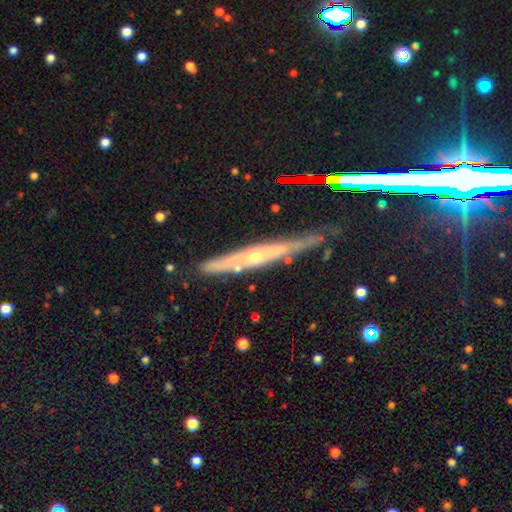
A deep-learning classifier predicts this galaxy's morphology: smooth-or-featured: featured or disk: 71% | smooth: 18% | star or artifact: 11%
  disk-edge-on: yes: 82% | no: 18%
    edge-on-bulge: rounded: 62% | none: 34% | boxy: 4%
  merging: none: 70% | minor disturbance: 22% | major disturbance: 5% | merger: 3%